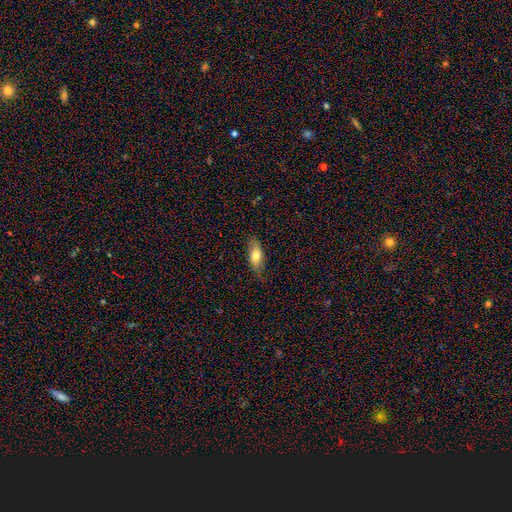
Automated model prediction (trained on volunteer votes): Q: Smooth or featured?
A: smooth (70%); runner-up: featured or disk (23%)
Q: How rounded?
A: in between (81%); runner-up: cigar-shaped (16%)
Q: Merging?
A: none (74%); runner-up: minor disturbance (21%)